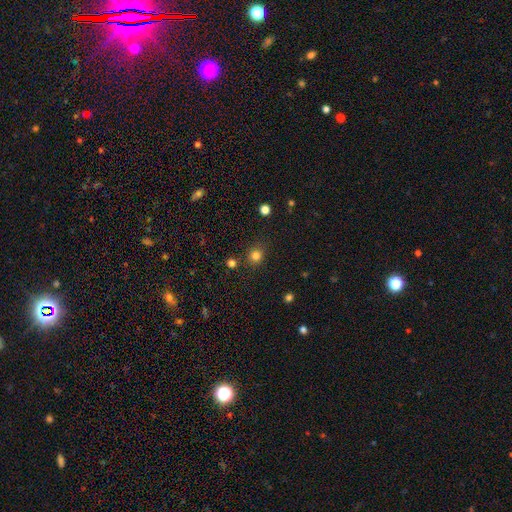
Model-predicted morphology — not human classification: smooth 81%, star or artifact 14%, featured or disk 5%. Down the decision tree: how rounded — round (82%); merging — none (83%).